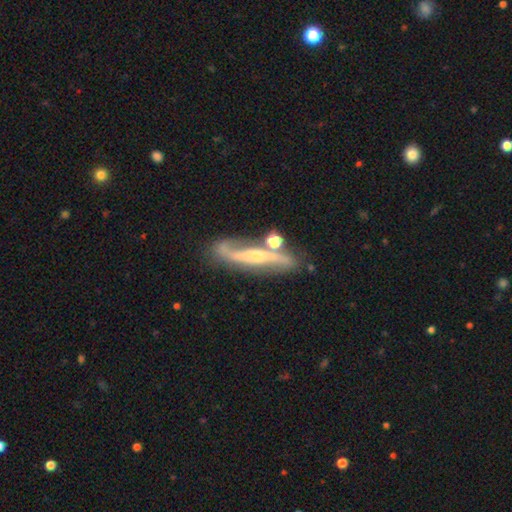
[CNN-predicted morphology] Overall: featured or disk (81%). Edge-on disk: no (58%; yes 42%). Merging: none (66%).